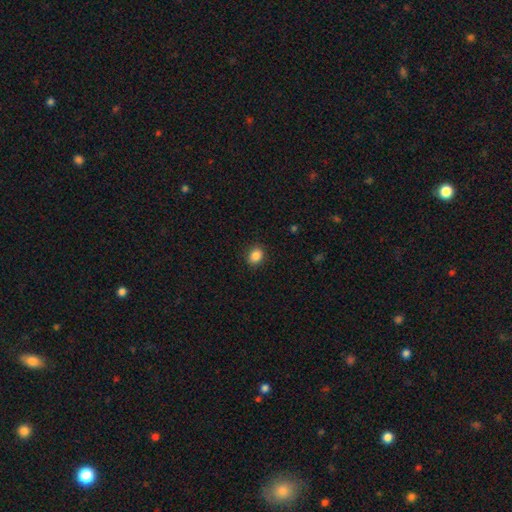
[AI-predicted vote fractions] Smooth or featured? smooth (87%)
How rounded? round (51%)
Merging? none (89%)